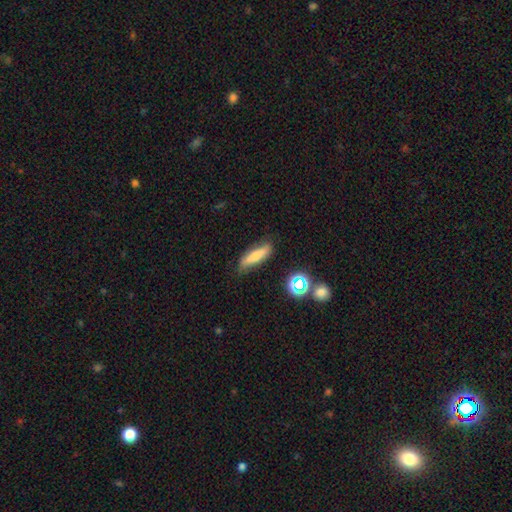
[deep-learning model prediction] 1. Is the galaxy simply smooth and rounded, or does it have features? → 65% smooth, 24% featured or disk, 10% star or artifact.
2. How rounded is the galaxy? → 68% cigar-shaped, 29% in between, 3% round.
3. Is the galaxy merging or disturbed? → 76% none, 18% minor disturbance, 4% major disturbance, 2% merger.